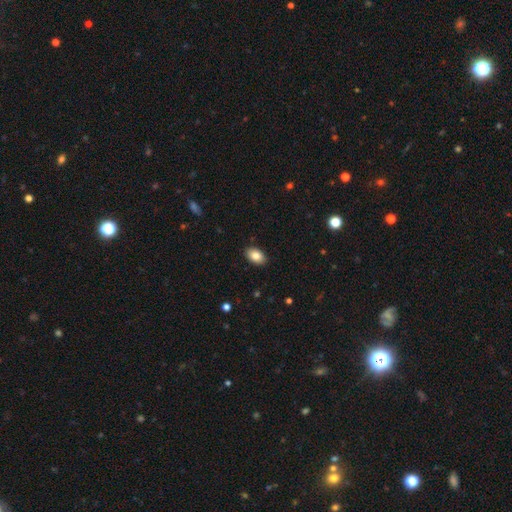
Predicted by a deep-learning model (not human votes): smooth-or-featured: smooth: 85% | featured or disk: 8% | star or artifact: 8%
  how-rounded: in between: 90% | round: 9% | cigar-shaped: 1%
  merging: none: 90% | minor disturbance: 8% | major disturbance: 2% | merger: 1%